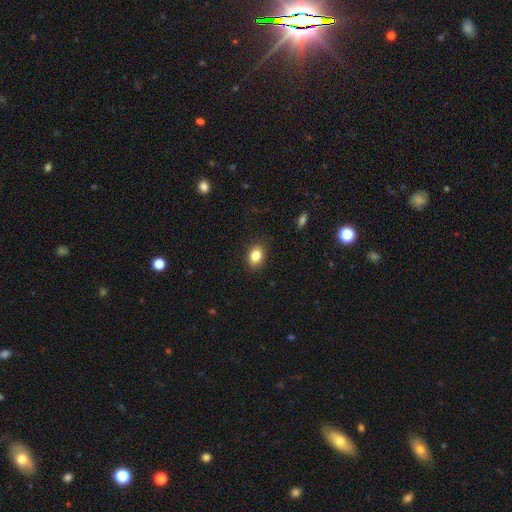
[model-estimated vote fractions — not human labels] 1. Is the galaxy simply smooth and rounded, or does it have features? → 85% smooth, 9% star or artifact, 6% featured or disk.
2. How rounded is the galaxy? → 69% in between, 29% round, 1% cigar-shaped.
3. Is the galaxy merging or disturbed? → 88% none, 9% minor disturbance, 2% major disturbance, 1% merger.